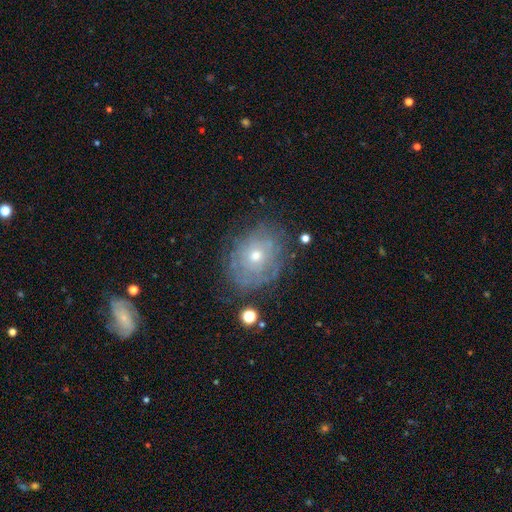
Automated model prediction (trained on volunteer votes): The model was most divided on "bulge size": moderate: 51%, small: 44%, large: 2%, none: 1%, dominant: 1%. More confident: edge-on disk — no (96%); bar — no (86%); merging — none (72%); smooth or featured — featured or disk (62%); spiral arms — yes (61%).